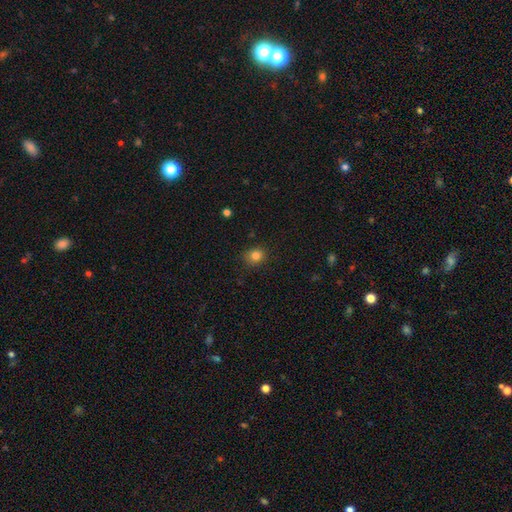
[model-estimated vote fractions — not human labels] A smooth galaxy with no disk features (81%) that is round (78%).

Vote fractions:
- Smooth or featured? smooth: 81% / star or artifact: 13% / featured or disk: 6%
- How rounded? round: 78% / in between: 21% / cigar-shaped: 1%
- Merging? none: 86% / minor disturbance: 10% / major disturbance: 2% / merger: 1%